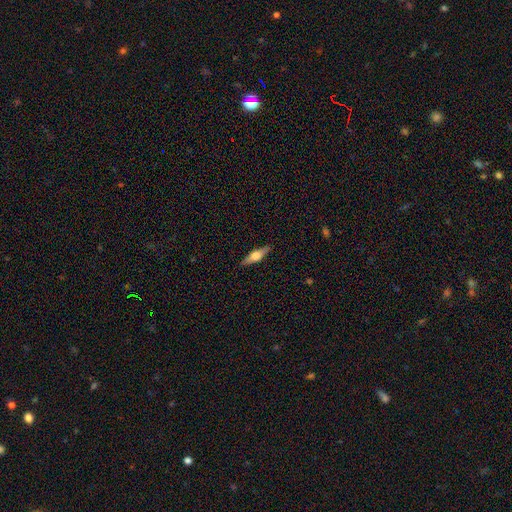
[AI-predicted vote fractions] Morphology: type=featured or disk (58%); edge-on=yes (96%); edge-on bulge=rounded (91%); merging=none (89%).